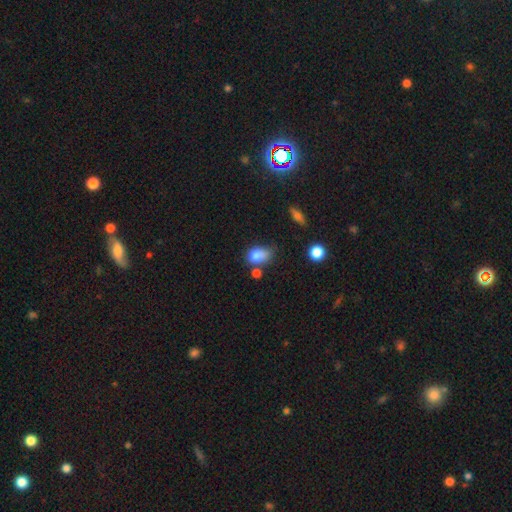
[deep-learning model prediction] Q: Smooth or featured?
A: smooth (81%); runner-up: star or artifact (10%)
Q: How rounded?
A: in between (76%); runner-up: round (22%)
Q: Merging?
A: none (41%); runner-up: minor disturbance (32%)